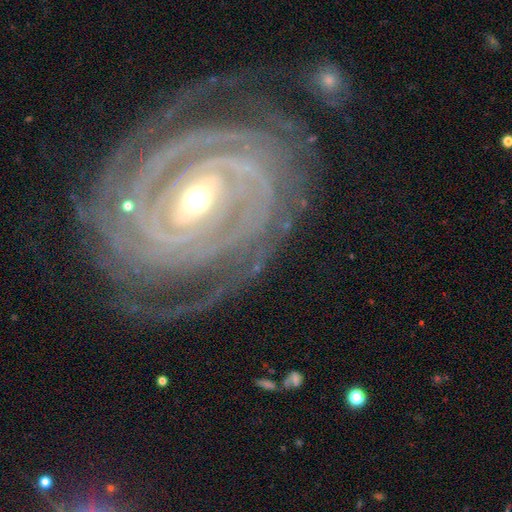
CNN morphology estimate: smooth-or-featured: featured or disk: 93% | star or artifact: 4% | smooth: 3%
  disk-edge-on: no: 97% | yes: 3%
    bar: strong: 45% | weak: 33% | no: 21%
    has-spiral-arms: yes: 98% | no: 2%
      spiral-winding: tight: 85% | medium: 13% | loose: 2%
      spiral-arm-count: 2: 24% | 3: 22% | 4: 18% | can't tell: 16% | more than 4: 12% | 1: 8%
    bulge-size: moderate: 57% | small: 39% | large: 3% | dominant: 1% | none: 1%
  merging: none: 78% | minor disturbance: 14% | major disturbance: 6% | merger: 2%